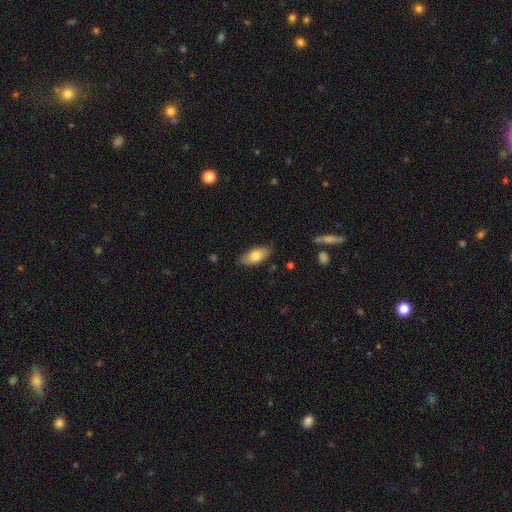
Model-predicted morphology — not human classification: This is likely a smooth galaxy (76%). How rounded: clearly in between (87%). Merging: clearly none (81%).